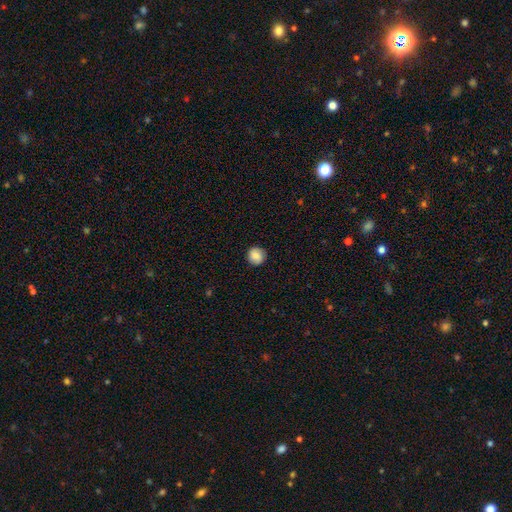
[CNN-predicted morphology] Overall: smooth (81%). How rounded: round (91%). Merging: none (88%).